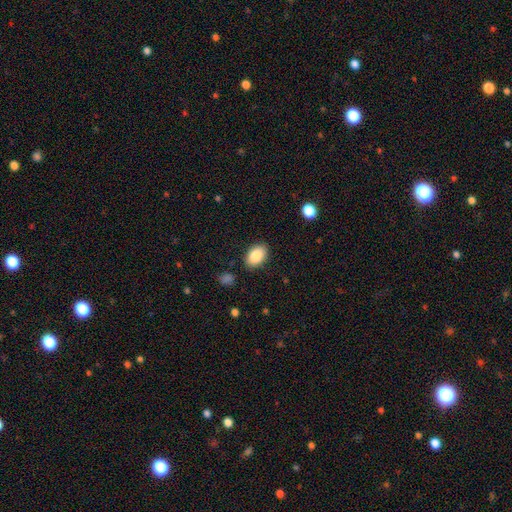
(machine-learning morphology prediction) Q: Smooth or featured?
A: smooth (87%); runner-up: star or artifact (7%)
Q: How rounded?
A: in between (89%); runner-up: round (10%)
Q: Merging?
A: none (85%); runner-up: minor disturbance (10%)